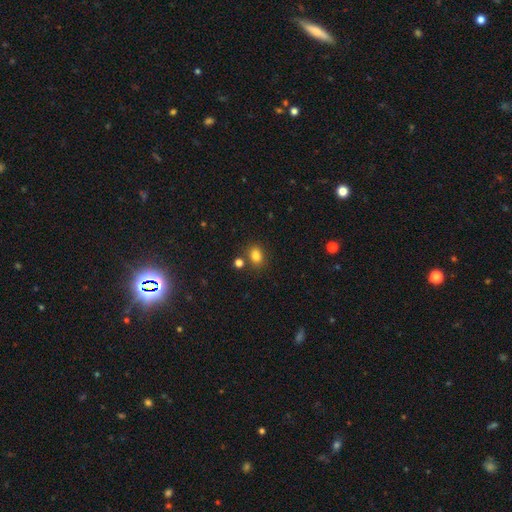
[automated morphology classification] Smooth or featured?
  - smooth: 82% *
  - star or artifact: 13%
  - featured or disk: 5%
How rounded?
  - in between: 62% *
  - round: 37%
  - cigar-shaped: 1%
Merging?
  - none: 73% *
  - minor disturbance: 12%
  - merger: 11%
  - major disturbance: 4%